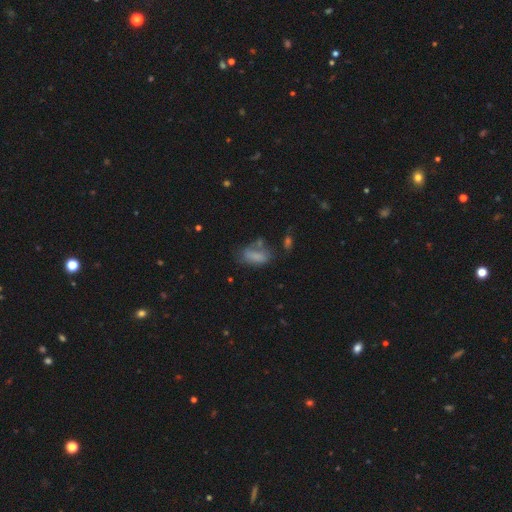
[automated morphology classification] smooth-or-featured: smooth: 71% | featured or disk: 18% | star or artifact: 11%
  how-rounded: in between: 84% | cigar-shaped: 10% | round: 6%
  merging: none: 39% | minor disturbance: 28% | major disturbance: 22% | merger: 11%